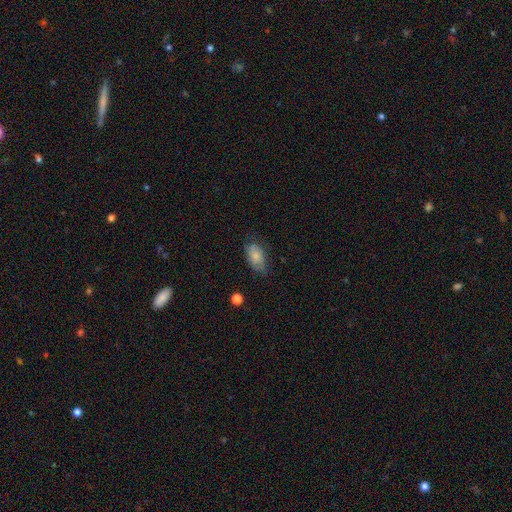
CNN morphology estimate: type=smooth (75%); roundness=in between (92%); merging=none (60%).